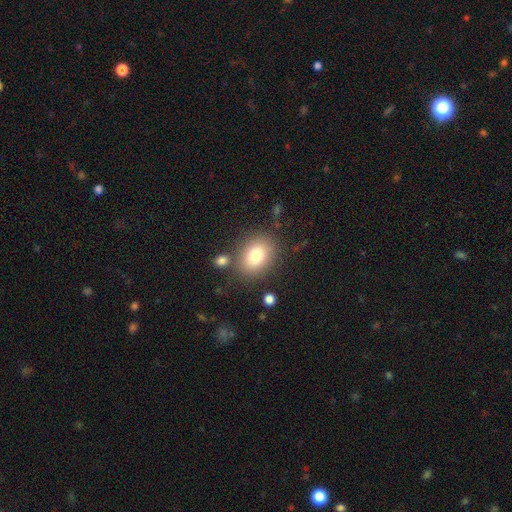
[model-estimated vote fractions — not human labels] A smooth galaxy with no disk features (78%) that is in between round and cigar-shaped (57%). Merging: none (78%).